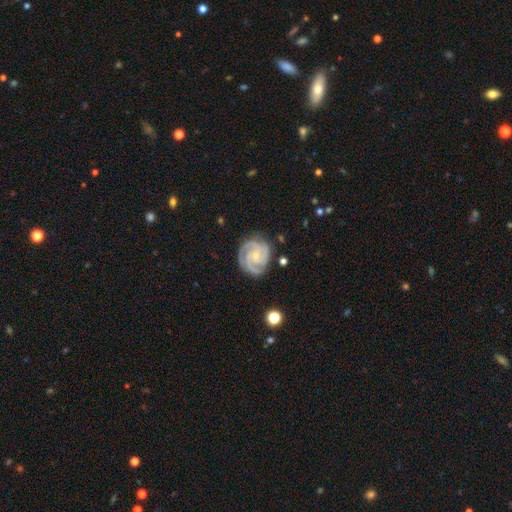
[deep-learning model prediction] Smooth or featured: featured or disk — 92% (smooth — 4%)
Edge-on disk: no — 98% (yes — 2%)
Bar: no — 70% (weak — 24%)
Spiral arms: yes — 99% (no — 1%)
Spiral winding: tight — 71% (medium — 27%)
Spiral arm count: 3 — 66% (2 — 12%)
Bulge size: small — 75% (moderate — 21%)
Merging: none — 79% (minor disturbance — 15%)